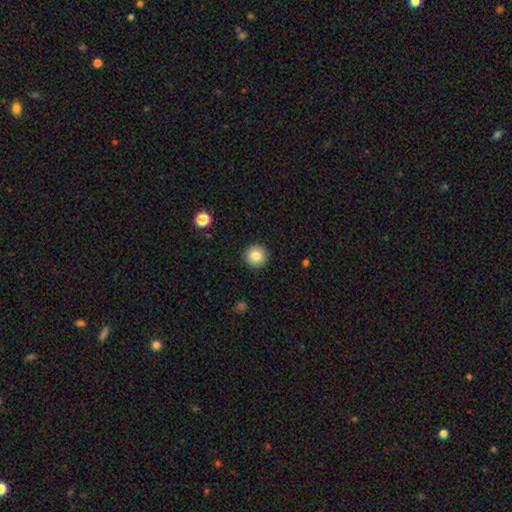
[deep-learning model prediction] Q: Smooth or featured?
A: smooth (82%); runner-up: star or artifact (10%)
Q: How rounded?
A: round (95%); runner-up: in between (4%)
Q: Merging?
A: none (92%); runner-up: minor disturbance (5%)